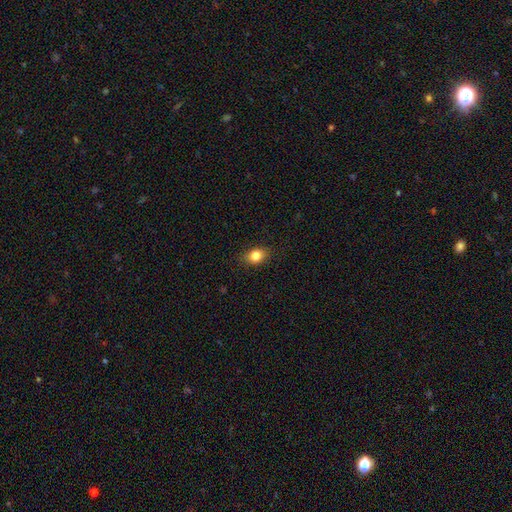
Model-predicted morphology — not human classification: Smooth or featured?
  - smooth: 83% *
  - star or artifact: 10%
  - featured or disk: 7%
How rounded?
  - in between: 65% *
  - round: 34%
  - cigar-shaped: 2%
Merging?
  - none: 86% *
  - minor disturbance: 11%
  - major disturbance: 2%
  - merger: 1%